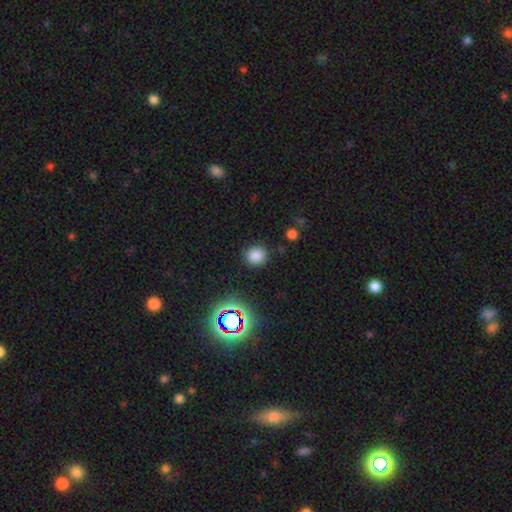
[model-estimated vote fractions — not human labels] This appears to be a smooth galaxy with no disk features (79%) that is round (87%). Merging: none (88%).